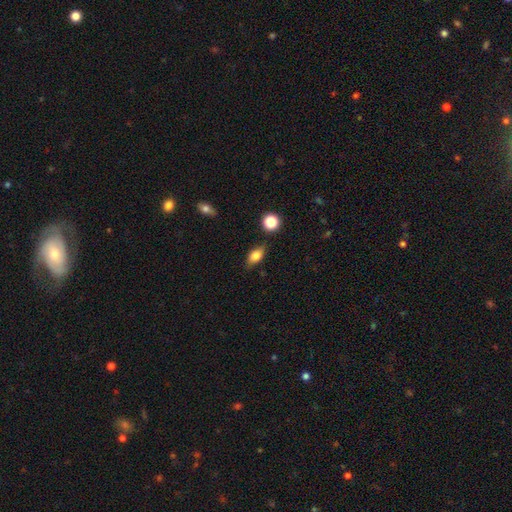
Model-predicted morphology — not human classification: Smooth or featured? smooth (77%)
How rounded? in between (81%)
Merging? none (79%)